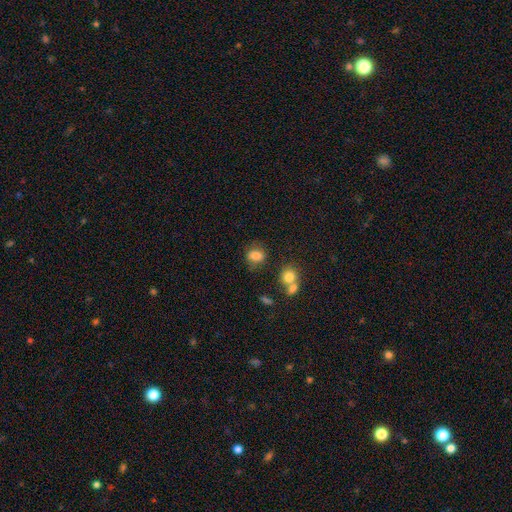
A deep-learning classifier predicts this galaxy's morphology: This is likely a smooth galaxy (79%). How rounded: likely in between (61%). Merging: likely none (66%).